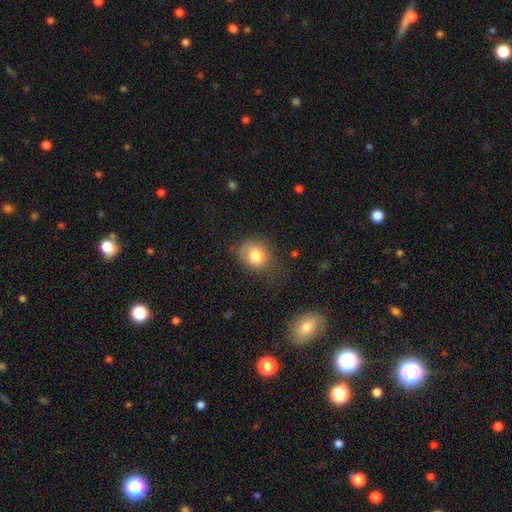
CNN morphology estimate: smooth-or-featured: smooth: 80% | featured or disk: 10% | star or artifact: 9%
  how-rounded: round: 60% | in between: 39% | cigar-shaped: 1%
  merging: none: 62% | minor disturbance: 26% | major disturbance: 9% | merger: 2%